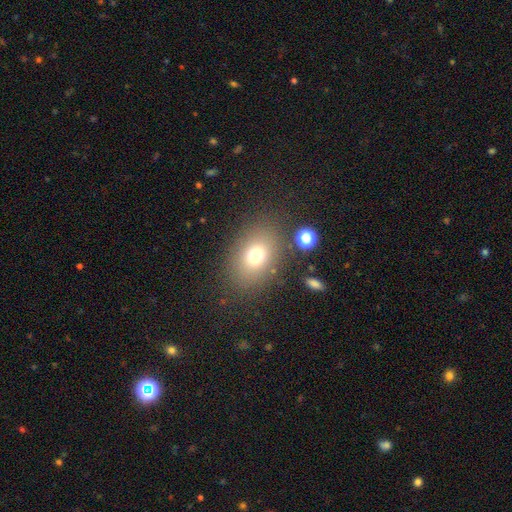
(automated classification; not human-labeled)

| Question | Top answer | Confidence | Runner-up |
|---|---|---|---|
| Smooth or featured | smooth | 73% | star or artifact (14%) |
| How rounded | in between | 68% | round (31%) |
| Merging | none | 81% | minor disturbance (10%) |